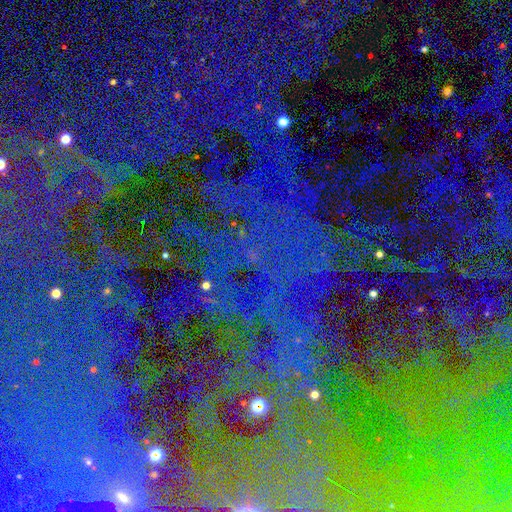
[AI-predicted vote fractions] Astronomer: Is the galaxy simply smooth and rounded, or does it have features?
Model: star or artifact — 86%.